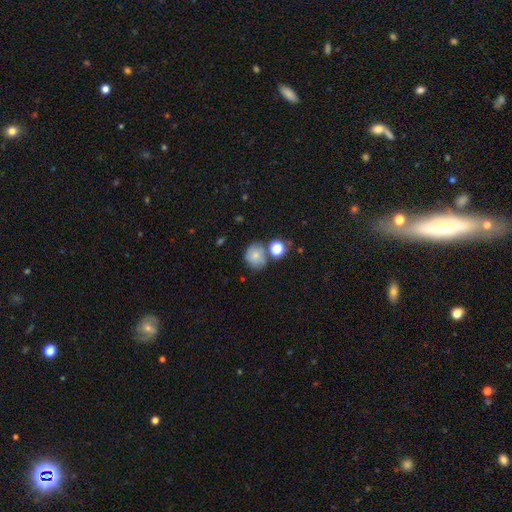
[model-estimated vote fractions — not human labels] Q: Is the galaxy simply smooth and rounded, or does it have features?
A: smooth — 75%.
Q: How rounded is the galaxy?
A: round — 81%.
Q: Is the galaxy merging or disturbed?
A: none — 59%.